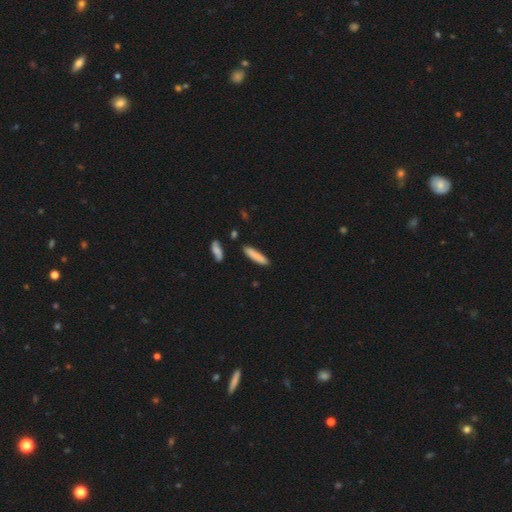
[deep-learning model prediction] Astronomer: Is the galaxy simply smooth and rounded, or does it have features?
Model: smooth — 83%.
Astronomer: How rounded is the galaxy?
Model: cigar-shaped — 83%.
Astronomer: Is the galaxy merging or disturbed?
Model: none — 85%.